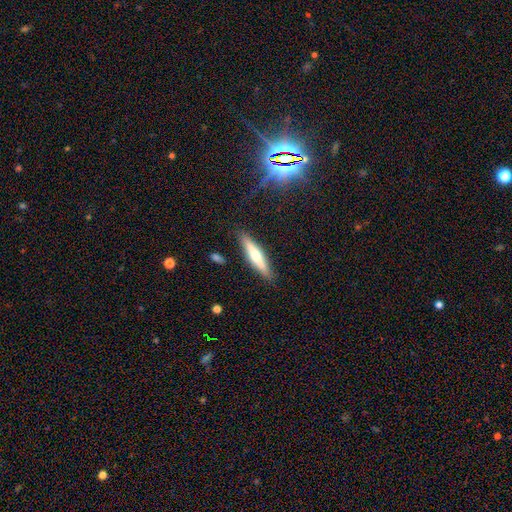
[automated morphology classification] The model was most divided on "smooth or featured": smooth: 49%, featured or disk: 45%, star or artifact: 6%. More confident: merging — none (88%).